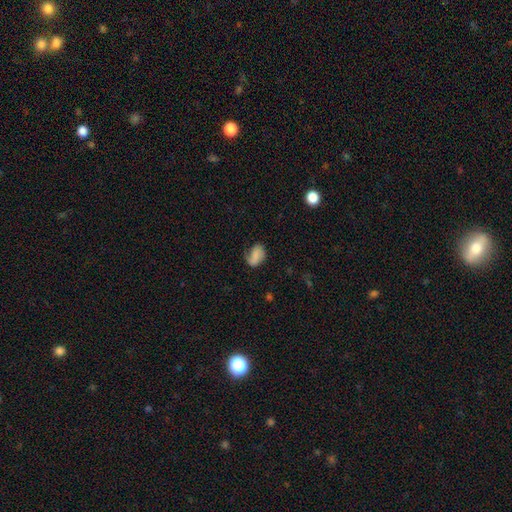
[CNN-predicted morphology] A smooth galaxy with no disk features (63%) that is in between round and cigar-shaped (82%). Merging: none (49%).